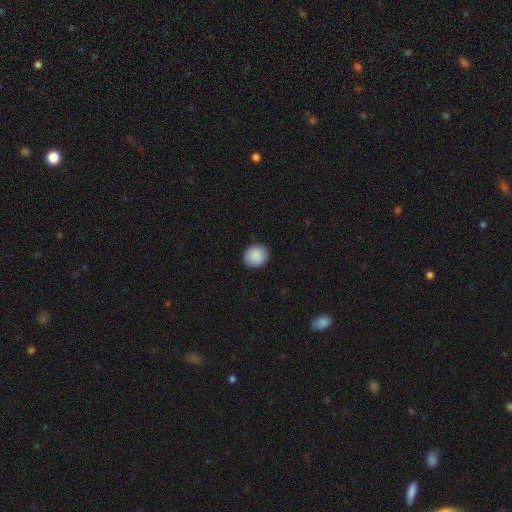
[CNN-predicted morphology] Smooth or featured: smooth — 90% (star or artifact — 7%)
How rounded: round — 84% (in between — 15%)
Merging: none — 90% (minor disturbance — 7%)